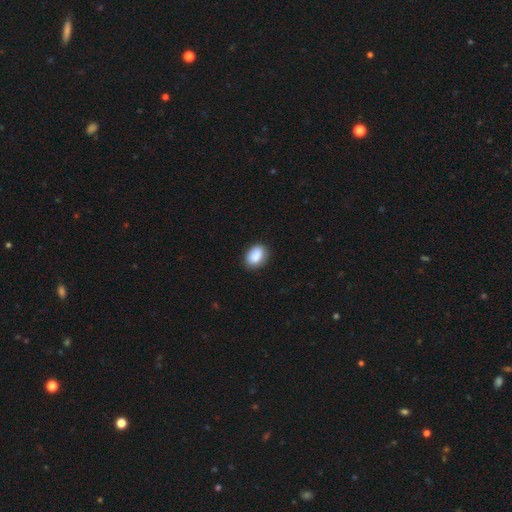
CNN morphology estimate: This is clearly a smooth galaxy (89%). How rounded: likely in between (79%). Merging: clearly none (86%).